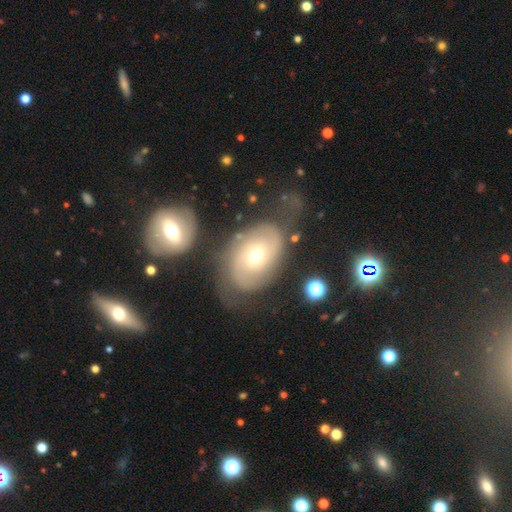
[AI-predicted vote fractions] featured or disk 73%, smooth 19%, star or artifact 8%. Down the decision tree: edge-on disk — no (95%); bar — no (56%); spiral arms — yes (88%); spiral arm count — 2 (65%); spiral winding — tight (53%); bulge size — moderate (54%); merging — none (55%).